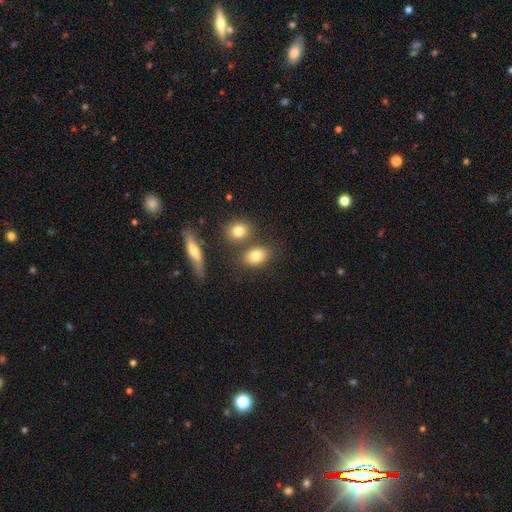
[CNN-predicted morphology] Q: Smooth or featured?
A: smooth (79%); runner-up: featured or disk (11%)
Q: How rounded?
A: in between (75%); runner-up: round (22%)
Q: Merging?
A: none (69%); runner-up: merger (16%)